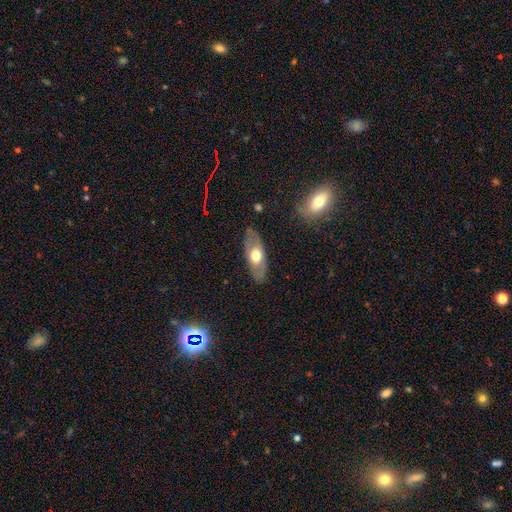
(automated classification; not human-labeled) Smooth or featured: smooth — 48% (featured or disk — 46%)
Merging: none — 84% (minor disturbance — 12%)